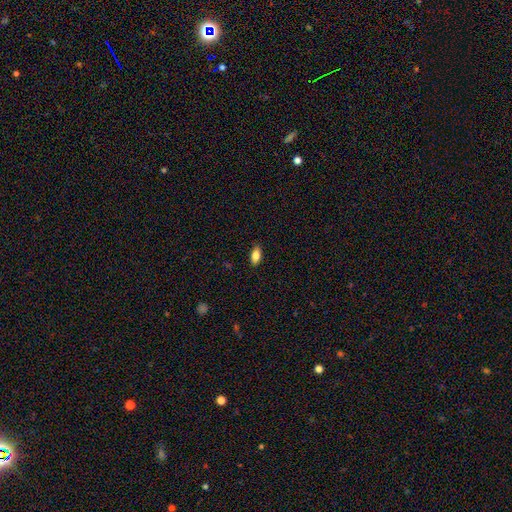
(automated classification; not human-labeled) This appears to be a smooth galaxy with no disk features (84%) that is in between round and cigar-shaped (88%). Merging: none (88%).